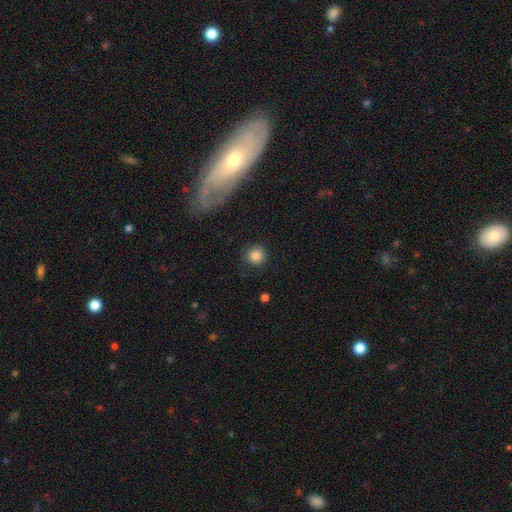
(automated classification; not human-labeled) smooth 85%, star or artifact 10%, featured or disk 5%. Down the decision tree: how rounded — round (94%); merging — none (88%).